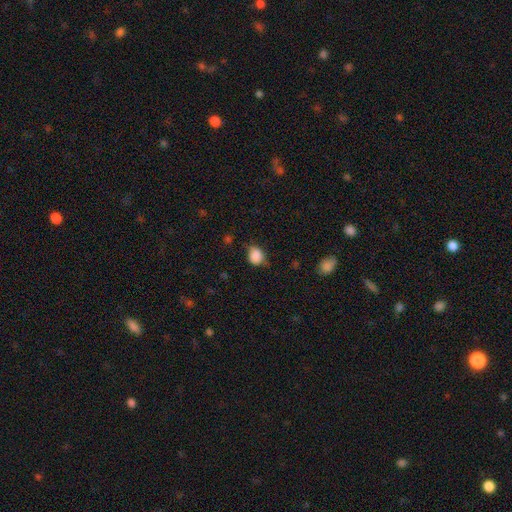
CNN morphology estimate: Smooth or featured? smooth (86%)
How rounded? round (58%)
Merging? none (61%)